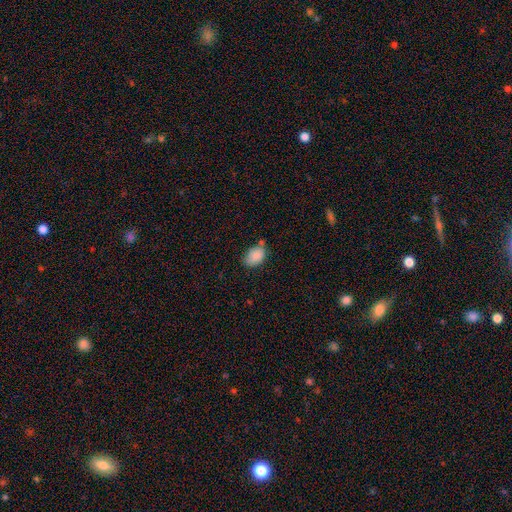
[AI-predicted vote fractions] smooth 85%, star or artifact 8%, featured or disk 7%. Down the decision tree: how rounded — in between (85%); merging — none (57%).